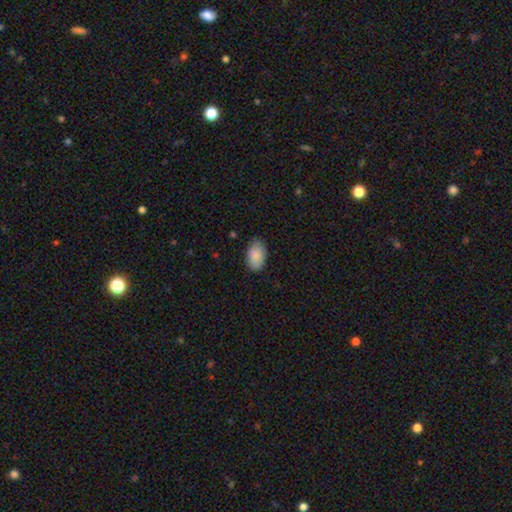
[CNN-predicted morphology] Smooth or featured: smooth — 87% (star or artifact — 6%)
How rounded: in between — 93% (round — 6%)
Merging: none — 81% (minor disturbance — 15%)